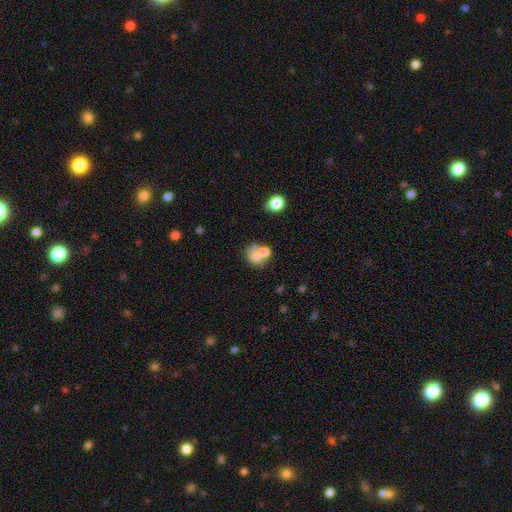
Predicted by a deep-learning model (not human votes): smooth_or_featured: smooth (p=0.66) [alt: featured or disk p=0.24]
how_rounded: round (p=0.66) [alt: in between p=0.34]
merging: merger (p=0.52) [alt: none p=0.32]